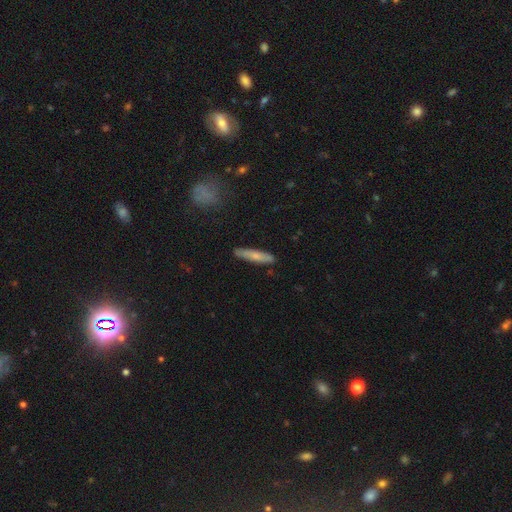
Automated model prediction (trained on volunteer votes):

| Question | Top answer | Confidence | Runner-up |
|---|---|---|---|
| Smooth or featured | smooth | 66% | featured or disk (28%) |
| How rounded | cigar-shaped | 86% | in between (12%) |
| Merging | none | 84% | minor disturbance (12%) |